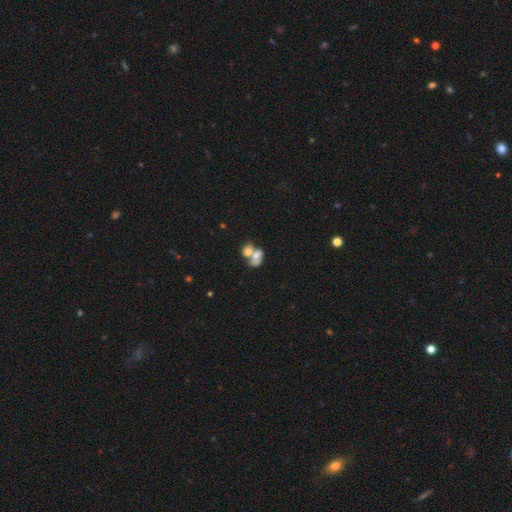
Morphology: type=smooth (68%); roundness=in between (74%); merging=merger (71%).